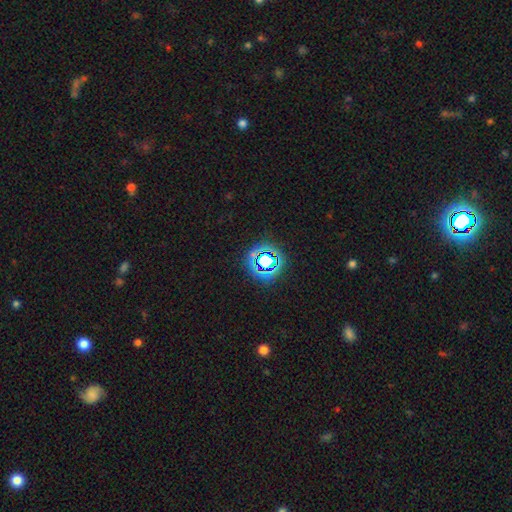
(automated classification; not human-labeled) Morphology: type=star or artifact (73%).